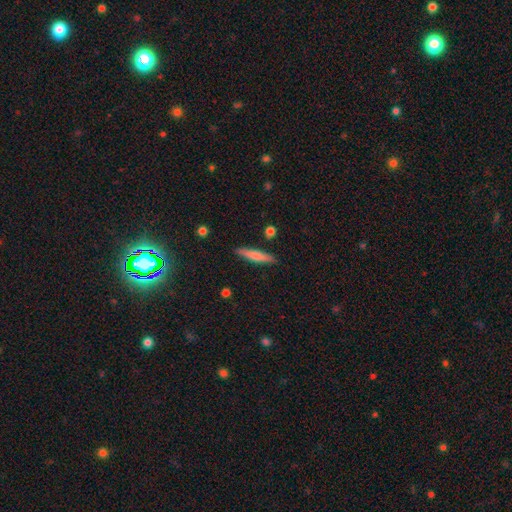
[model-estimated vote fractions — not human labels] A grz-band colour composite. It shows a smooth galaxy with no disk features (67%) that is cigar-shaped (90%). Merging: none (89%).